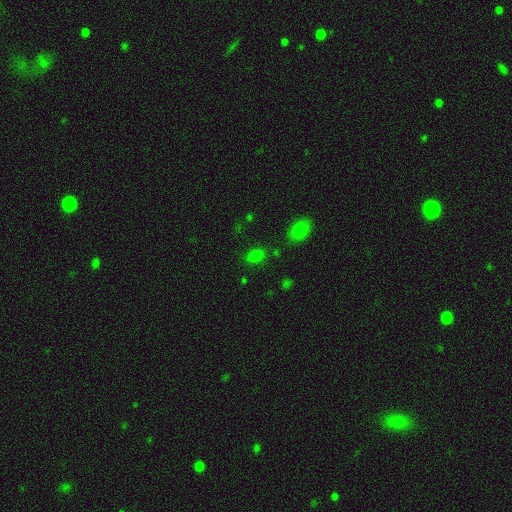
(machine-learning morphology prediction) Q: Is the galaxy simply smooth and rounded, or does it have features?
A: smooth — 77%.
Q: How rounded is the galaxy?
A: in between — 83%.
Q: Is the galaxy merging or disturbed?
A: none — 77%.